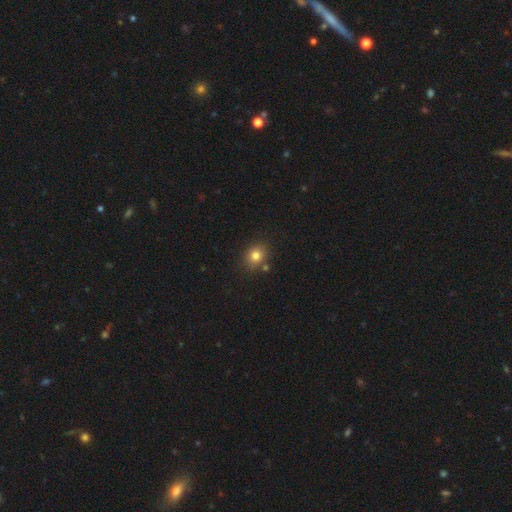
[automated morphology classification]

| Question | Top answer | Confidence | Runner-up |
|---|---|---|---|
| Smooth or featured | smooth | 80% | star or artifact (12%) |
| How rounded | round | 63% | in between (36%) |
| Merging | none | 78% | minor disturbance (12%) |